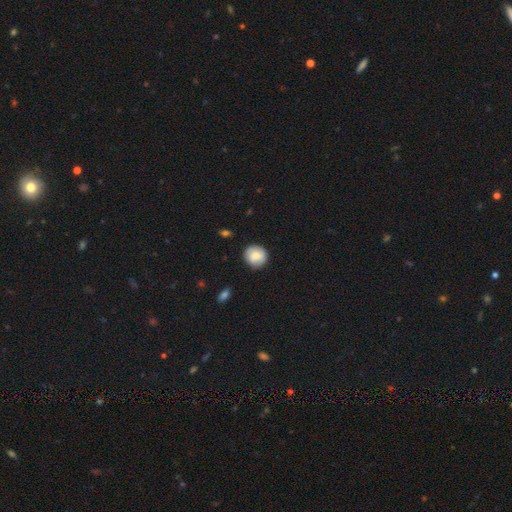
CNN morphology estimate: Smooth or featured?
  - smooth: 79% *
  - featured or disk: 14%
  - star or artifact: 7%
How rounded?
  - round: 90% *
  - in between: 9%
  - cigar-shaped: 1%
Merging?
  - none: 85% *
  - minor disturbance: 12%
  - major disturbance: 2%
  - merger: 1%